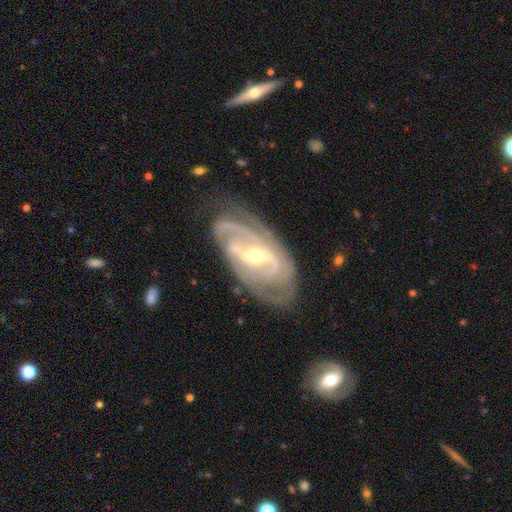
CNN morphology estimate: A featured or disk galaxy (88%) with a strong bar (49%), 2 (44%) tight (53%) spiral arms (93%) and a moderate central bulge (52%).

Vote fractions:
- Smooth or featured? featured or disk: 88% / smooth: 7% / star or artifact: 5%
- Edge-on disk? no: 93% / yes: 7%
- Bar? strong: 49% / weak: 37% / no: 14%
- Spiral arms? yes: 93% / no: 7%
- Spiral winding? tight: 53% / medium: 35% / loose: 12%
- Spiral arm count? 2: 44% / can't tell: 26% / 3: 17% / 1: 5% / 4: 5% / more than 4: 3%
- Bulge size? moderate: 52% / small: 44% / large: 2% / none: 1% / dominant: 1%
- Merging? none: 68% / minor disturbance: 20% / major disturbance: 9% / merger: 2%